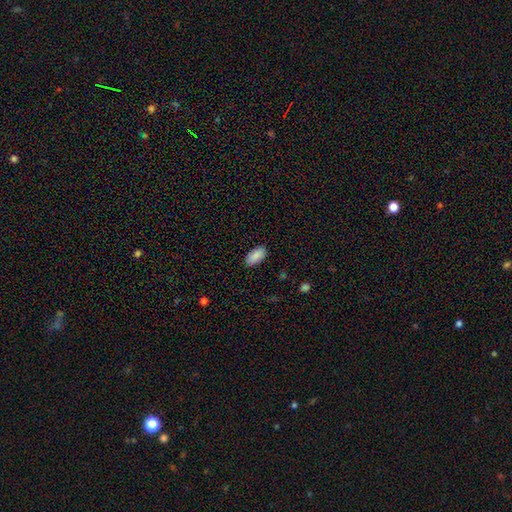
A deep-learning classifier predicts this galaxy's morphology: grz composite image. It shows a smooth galaxy with no disk features (89%) that is in between round and cigar-shaped (94%). Merging: none (88%).